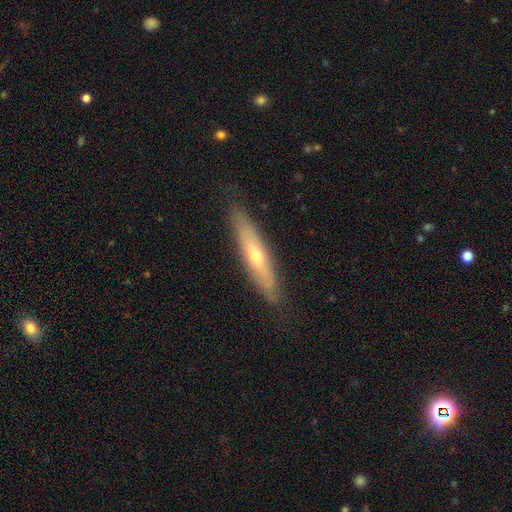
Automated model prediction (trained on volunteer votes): The model was most divided on "smooth or featured": featured or disk: 50%, smooth: 43%, star or artifact: 6%. More confident: merging — none (83%); edge-on disk — yes (70%).